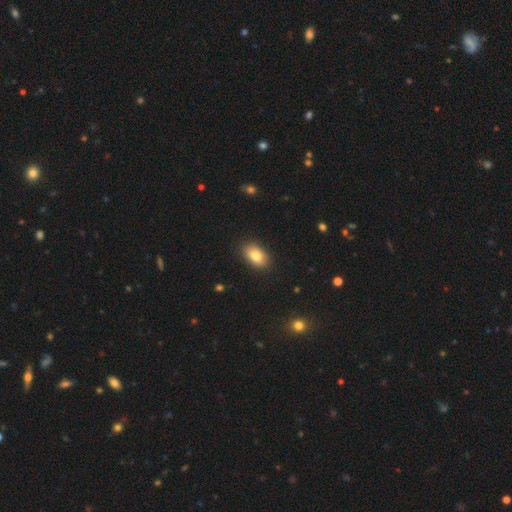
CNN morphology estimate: The model was most divided on "smooth or featured": smooth: 82%, featured or disk: 10%, star or artifact: 8%. More confident: how rounded — in between (90%); merging — none (88%).